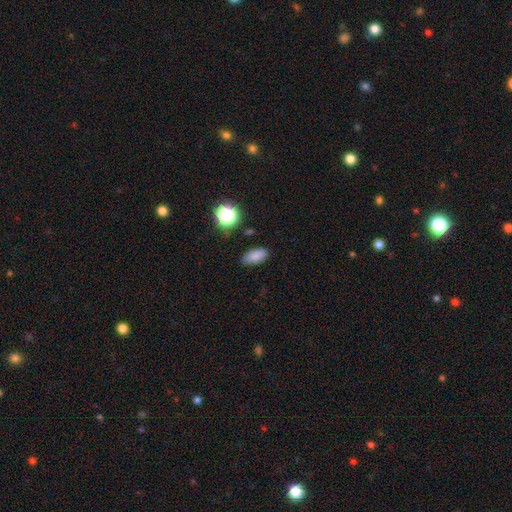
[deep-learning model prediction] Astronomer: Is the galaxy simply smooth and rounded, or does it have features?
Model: smooth — 82%.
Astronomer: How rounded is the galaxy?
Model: in between — 89%.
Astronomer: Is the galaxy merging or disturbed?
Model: none — 81%.